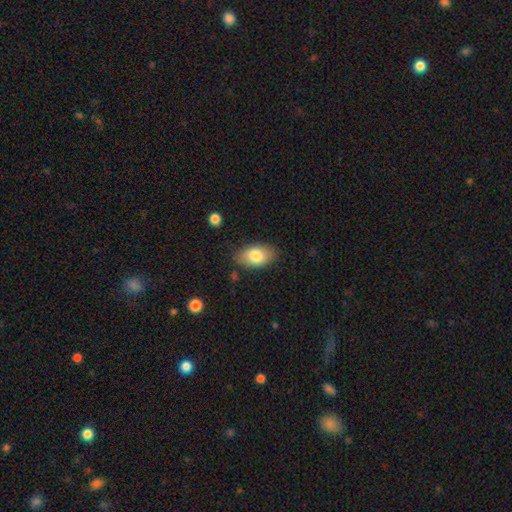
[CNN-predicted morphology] A smooth galaxy with no disk features (80%) that is in between round and cigar-shaped (91%).

Vote fractions:
- Smooth or featured? smooth: 80% / featured or disk: 13% / star or artifact: 7%
- How rounded? in between: 91% / round: 7% / cigar-shaped: 2%
- Merging? none: 80% / minor disturbance: 15% / major disturbance: 3% / merger: 2%